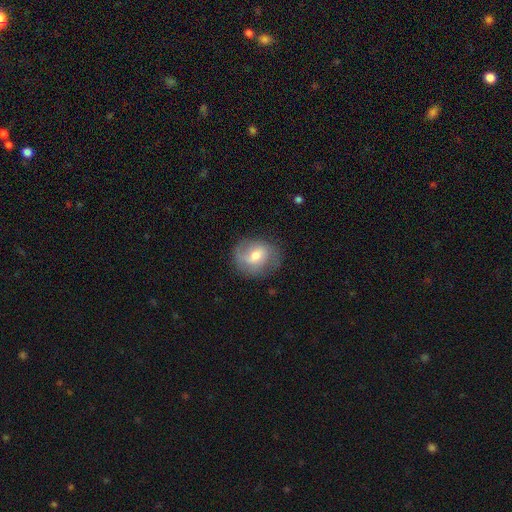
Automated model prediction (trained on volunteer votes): A featured or disk galaxy (53%) with a weak bar (50%), spiral arms (80%) and a moderate central bulge (64%).

Vote fractions:
- Smooth or featured? featured or disk: 53% / smooth: 39% / star or artifact: 8%
- Edge-on disk? no: 96% / yes: 4%
- Bar? weak: 50% / no: 34% / strong: 16%
- Spiral arms? yes: 80% / no: 20%
- Bulge size? moderate: 64% / small: 27% / large: 7% / none: 1% / dominant: 1%
- Merging? none: 75% / minor disturbance: 17% / major disturbance: 7% / merger: 1%